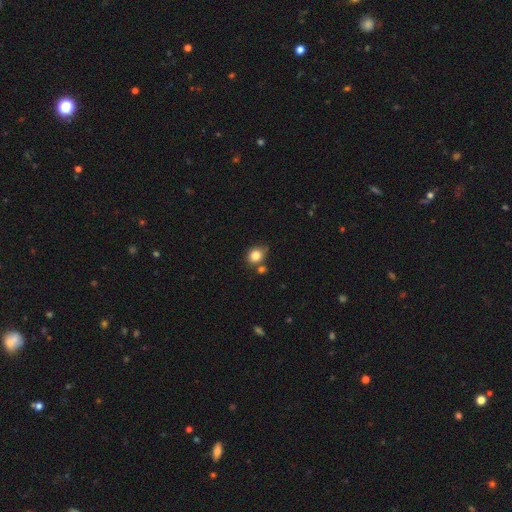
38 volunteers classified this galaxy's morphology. This appears to be a smooth galaxy with no disk features (89%) that is round (71%). Merging: none (59%).